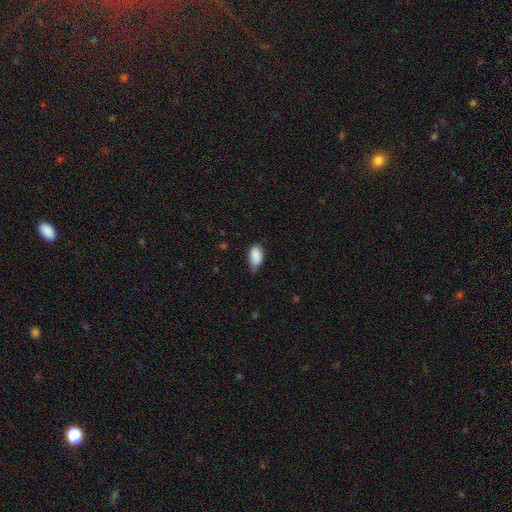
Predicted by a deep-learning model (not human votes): The model was most divided on "merging": none: 49%, minor disturbance: 42%, major disturbance: 7%, merger: 2%. More confident: how rounded — in between (92%); smooth or featured — smooth (88%).